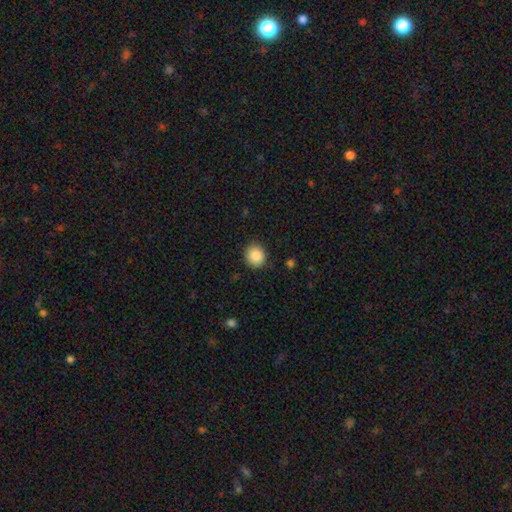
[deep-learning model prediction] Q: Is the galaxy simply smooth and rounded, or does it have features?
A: smooth — 88%.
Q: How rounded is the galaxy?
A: round — 82%.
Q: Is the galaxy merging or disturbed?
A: none — 87%.